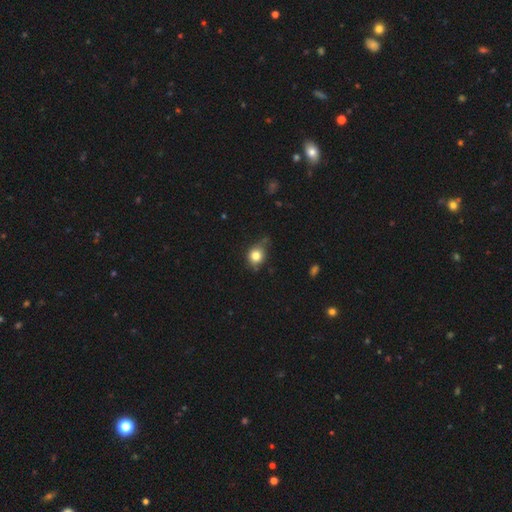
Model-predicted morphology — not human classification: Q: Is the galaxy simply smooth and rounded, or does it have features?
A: smooth — 79%.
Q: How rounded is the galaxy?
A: round — 69%.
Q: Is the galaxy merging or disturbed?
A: none — 56%.